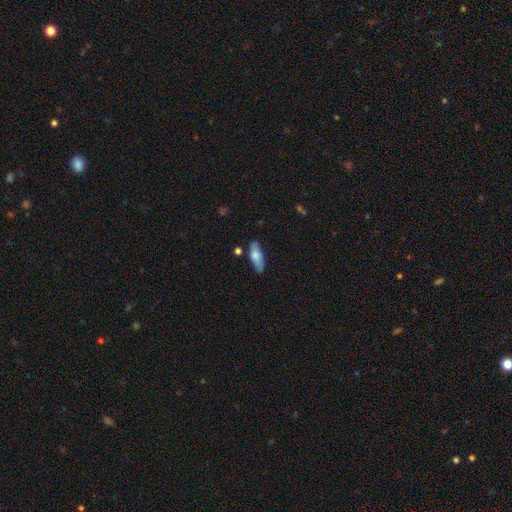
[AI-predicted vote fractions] This appears to be a smooth galaxy with no disk features (72%) that is in between round and cigar-shaped (60%). Merging: none (75%).